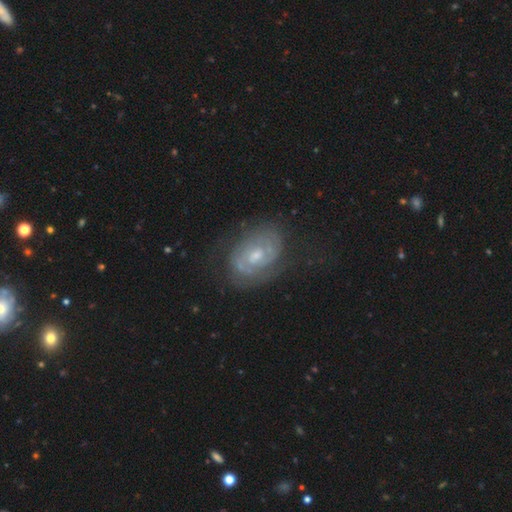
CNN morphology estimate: smooth_or_featured: featured or disk (p=0.81) [alt: smooth p=0.12]
disk_edge_on: no (p=0.97) [alt: yes p=0.03]
bar: no (p=0.52) [alt: weak p=0.41]
has_spiral_arms: yes (p=0.88) [alt: no p=0.12]
spiral_winding: tight (p=0.59) [alt: medium p=0.32]
spiral_arm_count: 2 (p=0.57) [alt: can't tell p=0.27]
bulge_size: moderate (p=0.51) [alt: small p=0.42]
merging: none (p=0.71) [alt: minor disturbance p=0.18]